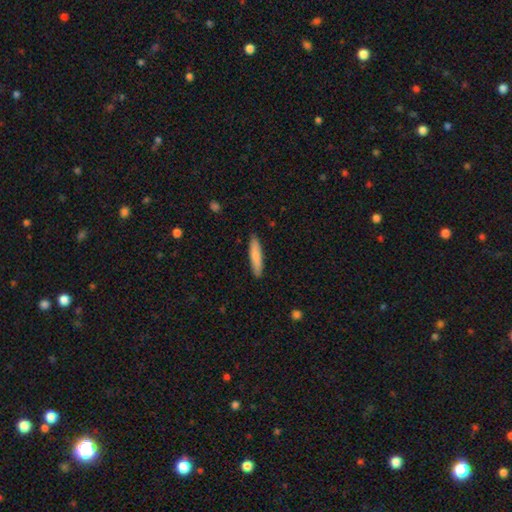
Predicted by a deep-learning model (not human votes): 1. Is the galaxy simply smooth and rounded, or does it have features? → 81% smooth, 13% featured or disk, 5% star or artifact.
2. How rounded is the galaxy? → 87% cigar-shaped, 12% in between, 1% round.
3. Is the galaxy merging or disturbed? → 89% none, 9% minor disturbance, 2% major disturbance, 1% merger.